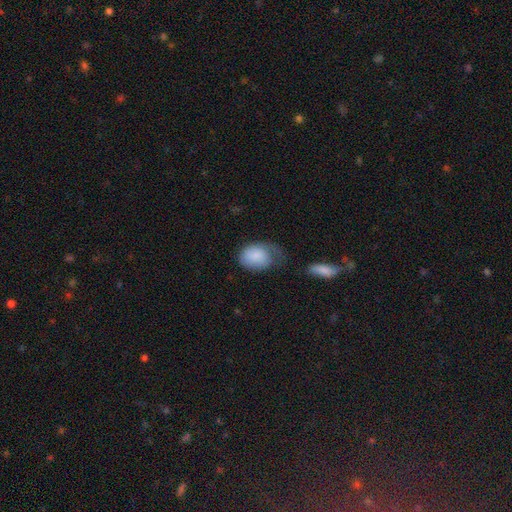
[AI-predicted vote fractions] Smooth or featured? Predicted: smooth (p=0.78). How rounded? Predicted: in between (p=0.75). Merging? Predicted: major disturbance (p=0.38).